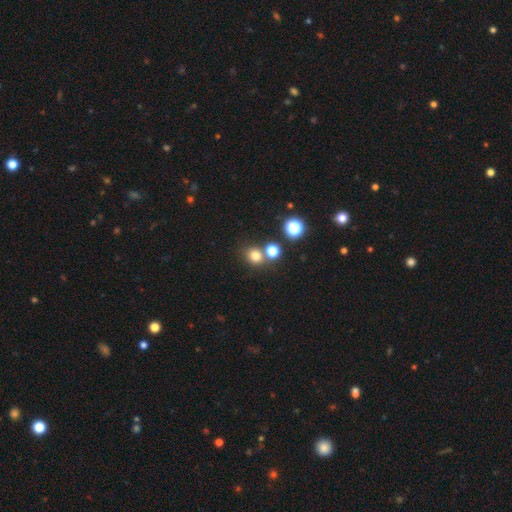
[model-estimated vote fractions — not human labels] Q: Smooth or featured?
A: smooth (76%); runner-up: star or artifact (17%)
Q: How rounded?
A: round (77%); runner-up: in between (22%)
Q: Merging?
A: none (64%); runner-up: merger (23%)